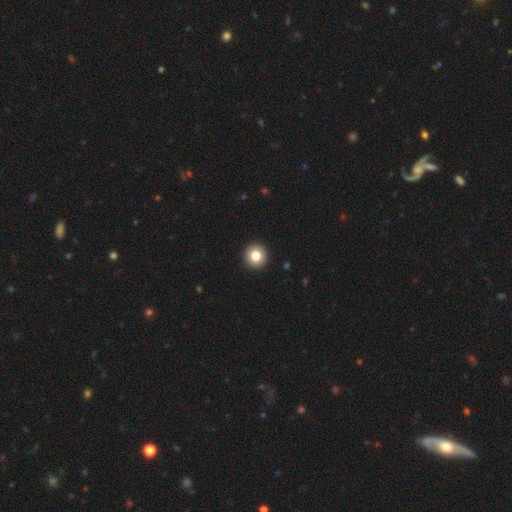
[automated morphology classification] This appears to be a smooth galaxy with no disk features (81%) that is round (95%). Merging: none (94%).